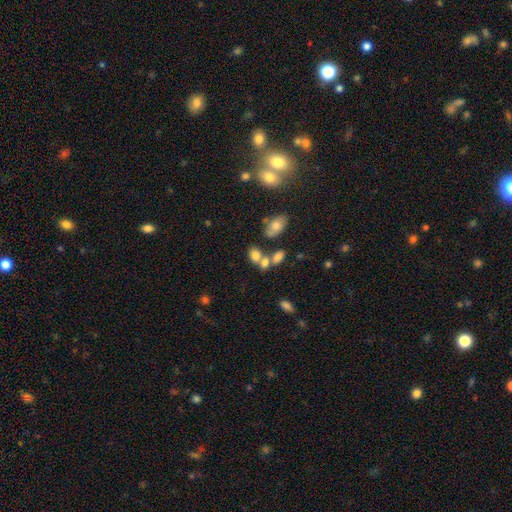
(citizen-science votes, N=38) Smooth or featured? 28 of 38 (74%) said smooth. How rounded? 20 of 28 (71%) said in between. Merging? 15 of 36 (42%, tied with merger) said none.